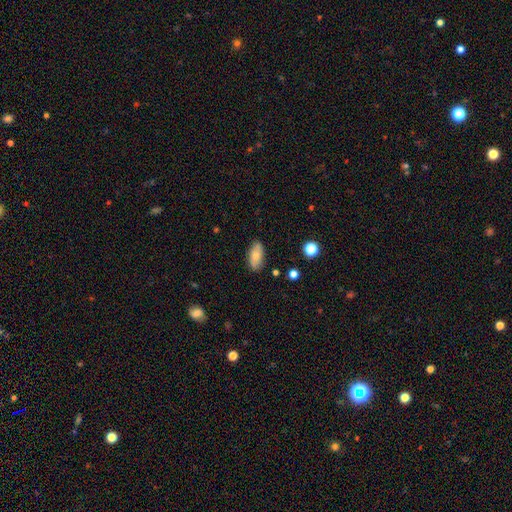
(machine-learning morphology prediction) Smooth or featured: smooth — 73% (featured or disk — 19%)
How rounded: in between — 89% (cigar-shaped — 7%)
Merging: none — 84% (minor disturbance — 13%)